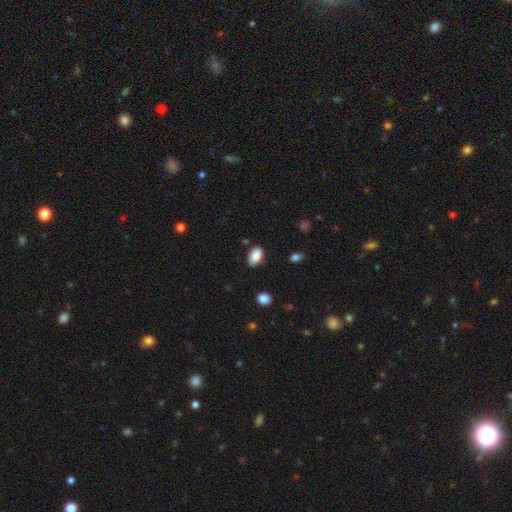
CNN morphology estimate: smooth-or-featured: smooth: 88% | star or artifact: 7% | featured or disk: 5%
  how-rounded: in between: 92% | round: 6% | cigar-shaped: 2%
  merging: none: 80% | minor disturbance: 16% | major disturbance: 3% | merger: 2%